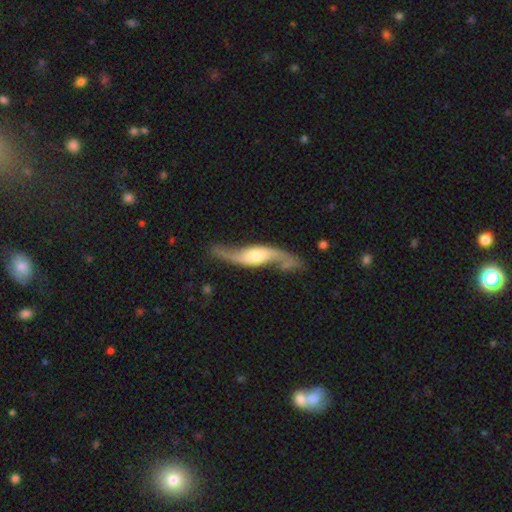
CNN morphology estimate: A featured or disk galaxy (85%) with no bar (53%), 2 (93%) loose (89%) spiral arms (95%) and a moderate central bulge (43%). Merging: none (69%).